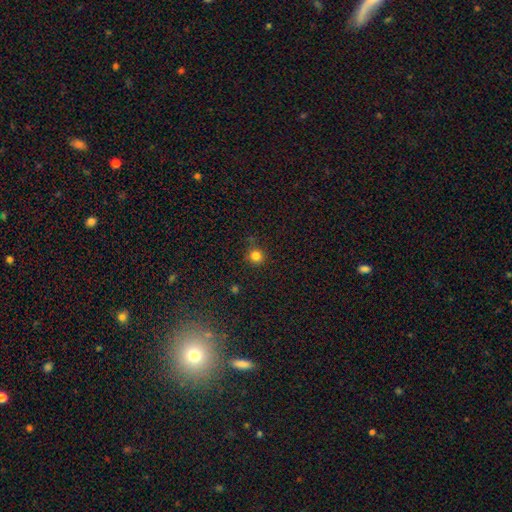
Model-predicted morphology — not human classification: A smooth galaxy with no disk features (81%) that is round (94%).

Vote fractions:
- Smooth or featured? smooth: 81% / star or artifact: 14% / featured or disk: 5%
- How rounded? round: 94% / in between: 5% / cigar-shaped: 1%
- Merging? none: 84% / minor disturbance: 11% / major disturbance: 3% / merger: 2%